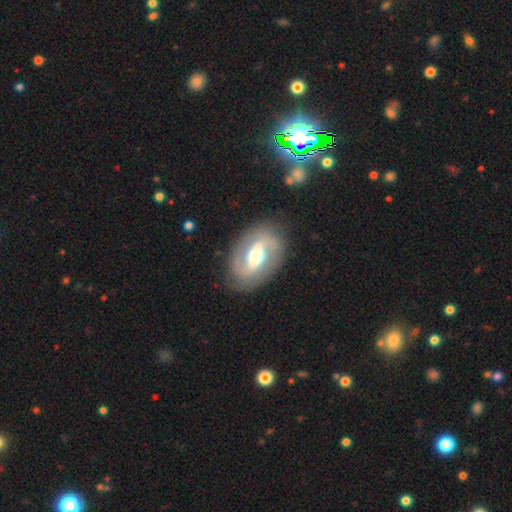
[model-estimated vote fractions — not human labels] smooth-or-featured: featured or disk: 76% | smooth: 18% | star or artifact: 6%
  disk-edge-on: no: 94% | yes: 6%
    bar: strong: 44% | weak: 38% | no: 18%
    has-spiral-arms: yes: 75% | no: 25%
      spiral-winding: medium: 41% | loose: 33% | tight: 26%
      spiral-arm-count: 2: 86% | can't tell: 8% | 1: 3% | 3: 1% | 4: 1% | more than 4: 1%
    bulge-size: moderate: 67% | large: 20% | small: 11% | dominant: 2% | none: 1%
  merging: none: 82% | minor disturbance: 12% | major disturbance: 5% | merger: 1%